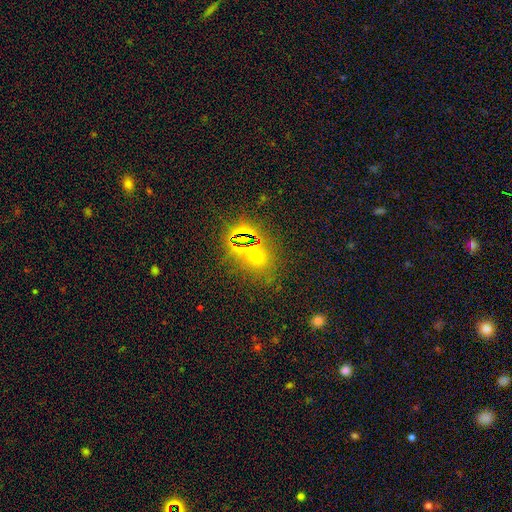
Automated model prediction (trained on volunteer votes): smooth-or-featured: smooth: 47% | star or artifact: 43% | featured or disk: 10%
  merging: none: 75% | merger: 10% | minor disturbance: 10% | major disturbance: 5%